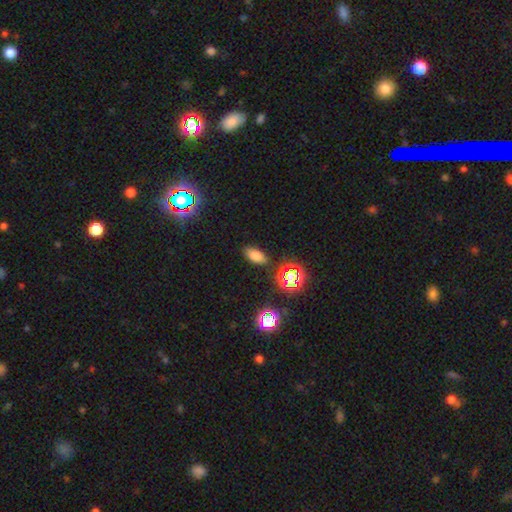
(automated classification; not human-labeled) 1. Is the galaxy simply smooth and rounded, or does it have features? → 71% smooth, 22% star or artifact, 7% featured or disk.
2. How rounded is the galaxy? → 88% in between, 6% round, 6% cigar-shaped.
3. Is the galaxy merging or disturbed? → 86% none, 9% minor disturbance, 3% major disturbance, 2% merger.